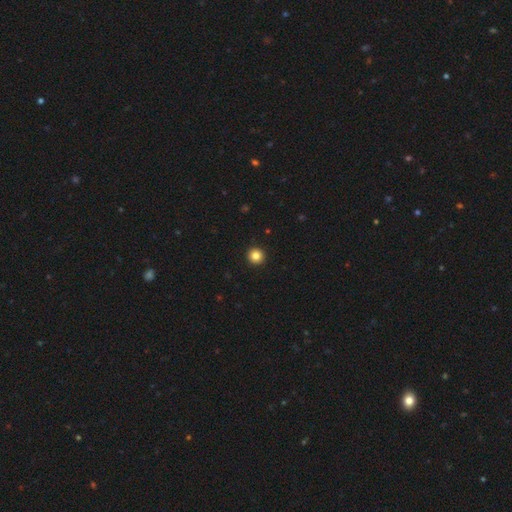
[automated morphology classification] The model was most divided on "smooth or featured": smooth: 85%, star or artifact: 11%, featured or disk: 4%. More confident: how rounded — round (96%); merging — none (94%).